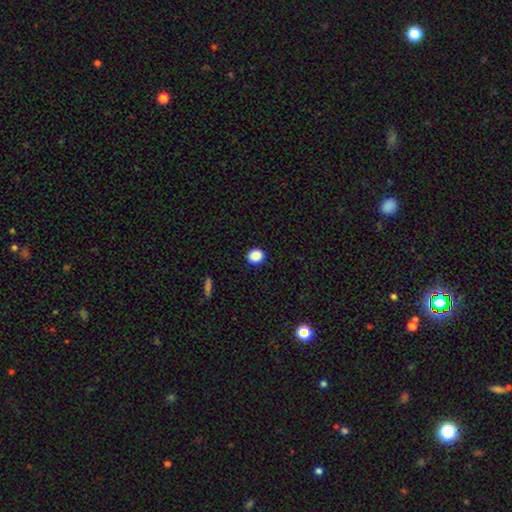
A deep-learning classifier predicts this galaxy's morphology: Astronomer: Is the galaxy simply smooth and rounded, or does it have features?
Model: smooth — 88%.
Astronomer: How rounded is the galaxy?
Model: round — 84%.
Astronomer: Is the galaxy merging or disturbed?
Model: none — 92%.